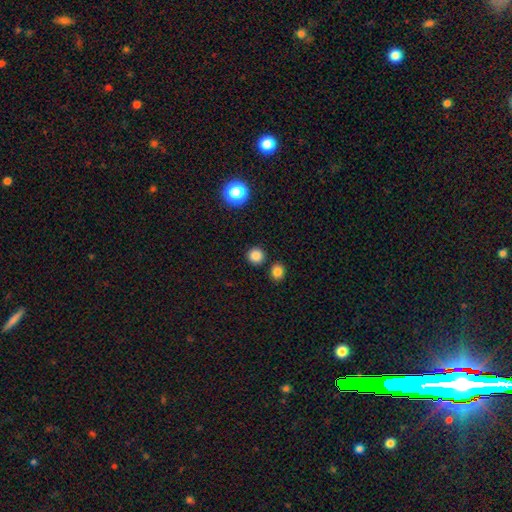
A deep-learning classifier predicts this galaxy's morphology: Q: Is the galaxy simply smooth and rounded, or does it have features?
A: smooth — 84%.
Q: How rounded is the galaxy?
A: round — 93%.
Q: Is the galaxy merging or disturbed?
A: none — 87%.